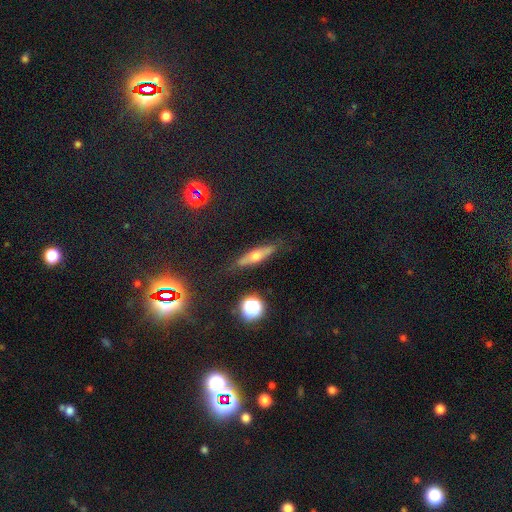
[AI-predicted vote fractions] A featured or disk galaxy (50%). Merging: none (83%).